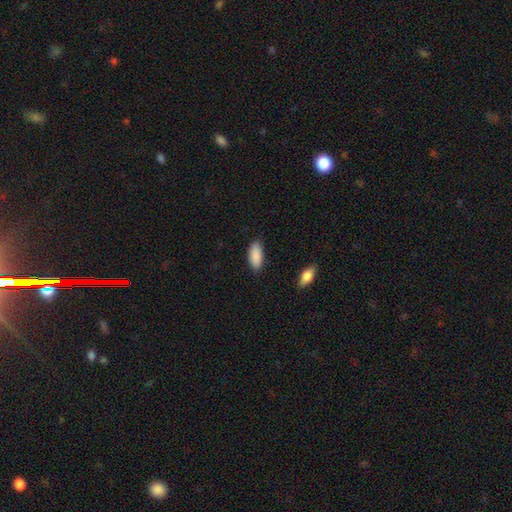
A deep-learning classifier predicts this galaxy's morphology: Smooth or featured? smooth (90%)
How rounded? in between (85%)
Merging? none (84%)